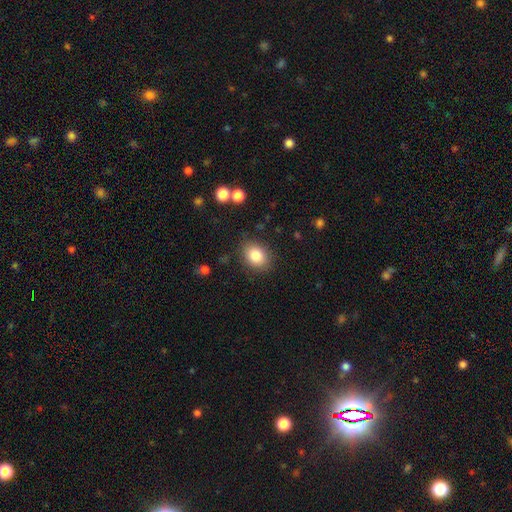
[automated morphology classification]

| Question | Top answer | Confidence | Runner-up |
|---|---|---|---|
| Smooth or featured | smooth | 83% | star or artifact (9%) |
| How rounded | in between | 58% | round (42%) |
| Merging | none | 84% | minor disturbance (11%) |